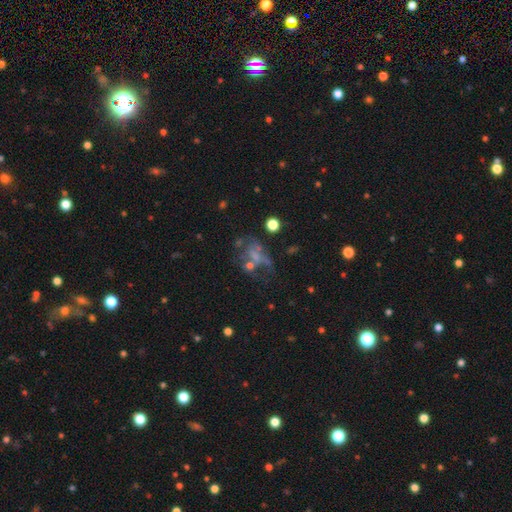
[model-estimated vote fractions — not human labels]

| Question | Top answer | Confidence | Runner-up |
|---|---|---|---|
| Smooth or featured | featured or disk | 49% | smooth (30%) |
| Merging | major disturbance | 38% | none (26%) |